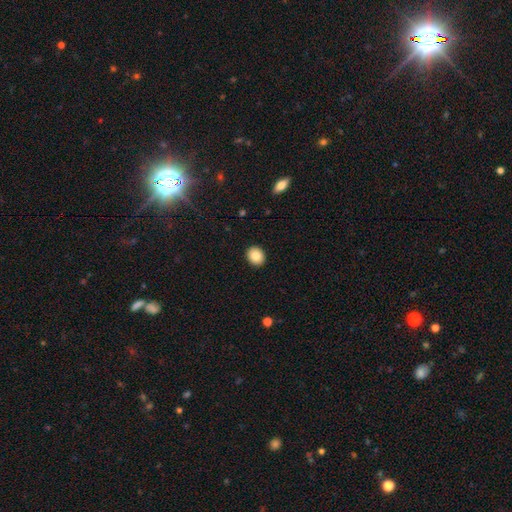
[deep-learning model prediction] A smooth galaxy with no disk features (85%) that is round (63%).

Vote fractions:
- Smooth or featured? smooth: 85% / star or artifact: 8% / featured or disk: 7%
- How rounded? round: 63% / in between: 37% / cigar-shaped: 1%
- Merging? none: 92% / minor disturbance: 6% / major disturbance: 2% / merger: 1%